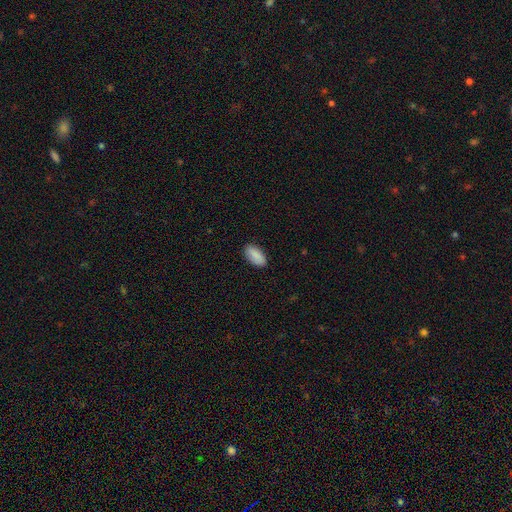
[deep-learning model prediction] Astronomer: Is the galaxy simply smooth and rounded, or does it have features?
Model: smooth — 87%.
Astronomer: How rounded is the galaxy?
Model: in between — 92%.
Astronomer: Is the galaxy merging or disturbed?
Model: none — 87%.